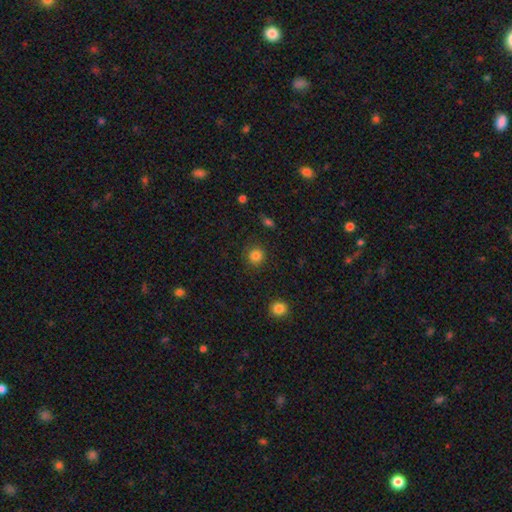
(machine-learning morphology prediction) smooth-or-featured: smooth: 84% | star or artifact: 12% | featured or disk: 5%
  how-rounded: round: 91% | in between: 8% | cigar-shaped: 1%
  merging: none: 89% | minor disturbance: 7% | major disturbance: 3% | merger: 1%